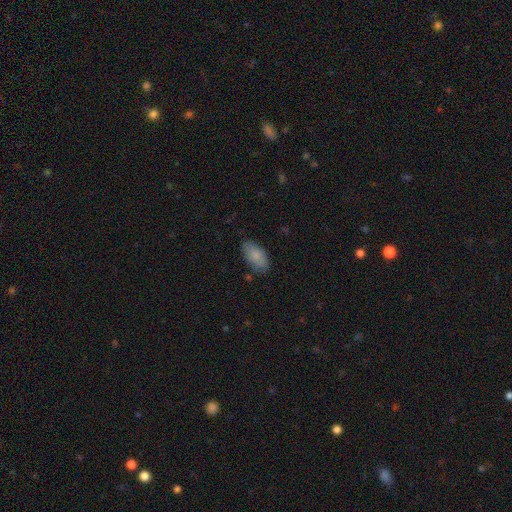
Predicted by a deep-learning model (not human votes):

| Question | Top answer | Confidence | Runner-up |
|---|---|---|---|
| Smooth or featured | smooth | 84% | featured or disk (9%) |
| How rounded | in between | 93% | cigar-shaped (4%) |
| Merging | none | 81% | minor disturbance (14%) |